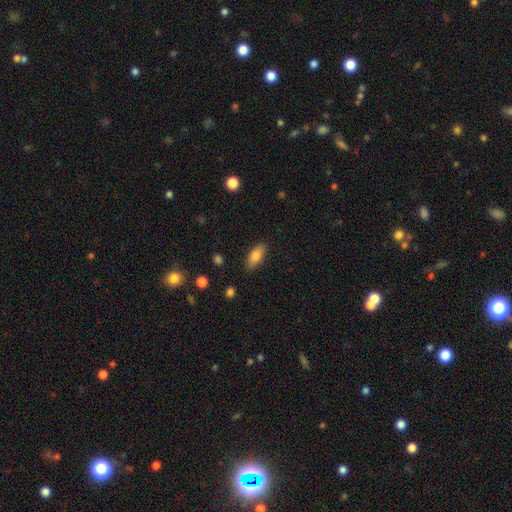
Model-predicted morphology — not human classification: Smooth or featured: smooth — 81% (featured or disk — 12%)
How rounded: in between — 83% (cigar-shaped — 14%)
Merging: none — 86% (minor disturbance — 11%)